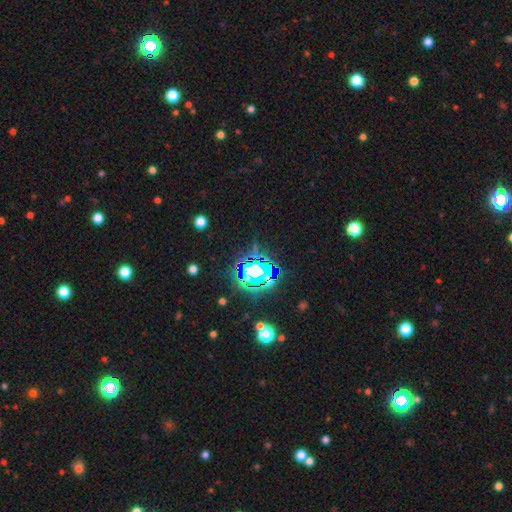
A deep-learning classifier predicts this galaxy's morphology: Overall: star or artifact (83%).